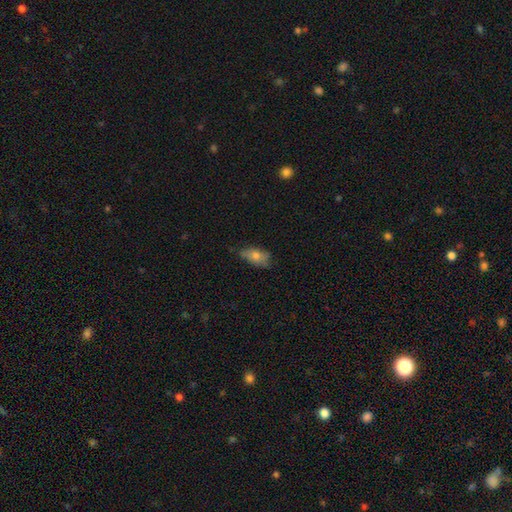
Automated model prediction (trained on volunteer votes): Smooth or featured: smooth — 69% (featured or disk — 23%)
How rounded: in between — 87% (cigar-shaped — 8%)
Merging: none — 64% (minor disturbance — 29%)